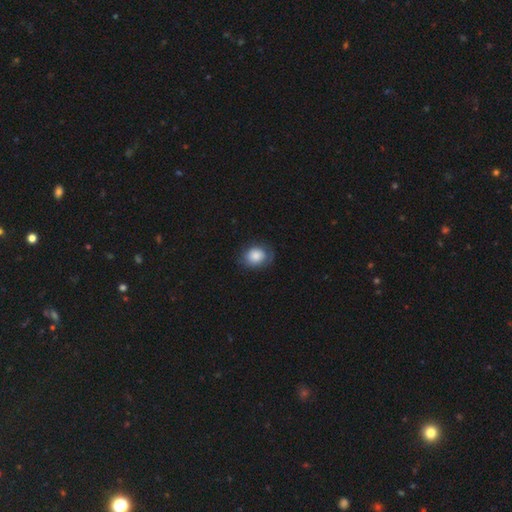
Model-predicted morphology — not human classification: A smooth galaxy with no disk features (81%) that is round (61%). Merging: none (71%).